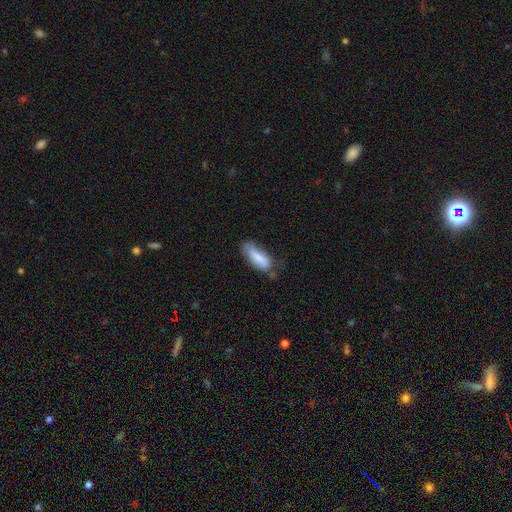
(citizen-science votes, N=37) smooth 81%, featured or disk 14%, star or artifact 5%. Down the decision tree: how rounded — cigar-shaped (60%); merging — none (51%).